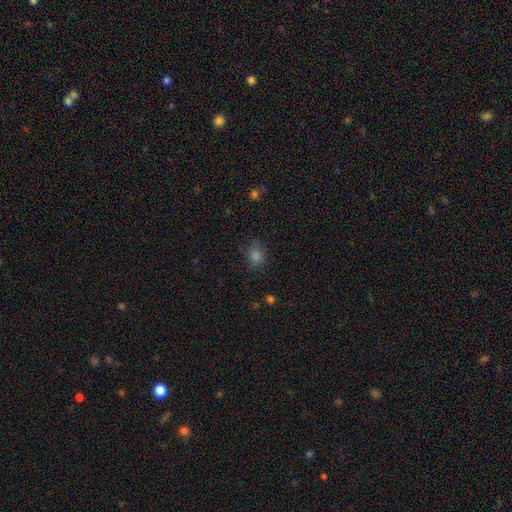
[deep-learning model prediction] smooth-or-featured: smooth: 76% | star or artifact: 18% | featured or disk: 6%
  how-rounded: in between: 51% | round: 47% | cigar-shaped: 2%
  merging: none: 80% | minor disturbance: 15% | major disturbance: 4% | merger: 1%